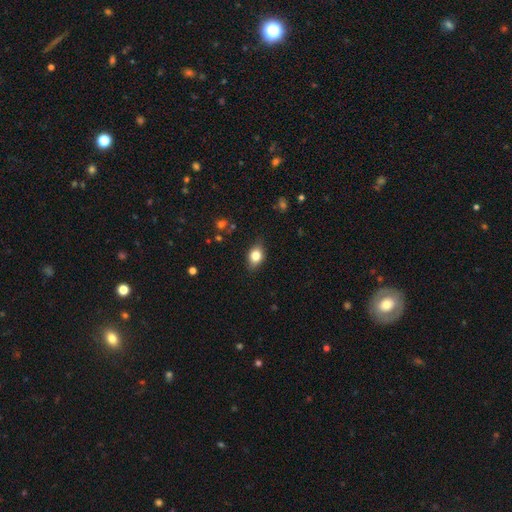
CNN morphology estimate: Smooth or featured? Predicted: smooth (p=0.79). How rounded? Predicted: in between (p=0.71). Merging? Predicted: none (p=0.81).